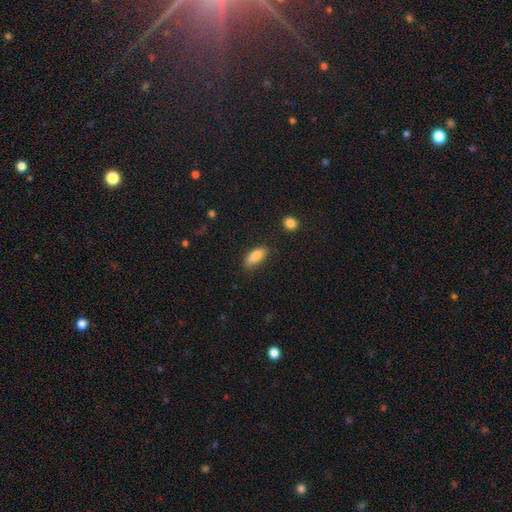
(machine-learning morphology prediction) A smooth galaxy with no disk features (85%) that is in between round and cigar-shaped (82%).

Vote fractions:
- Smooth or featured? smooth: 85% / featured or disk: 7% / star or artifact: 7%
- How rounded? in between: 82% / cigar-shaped: 15% / round: 2%
- Merging? none: 76% / minor disturbance: 18% / major disturbance: 4% / merger: 2%